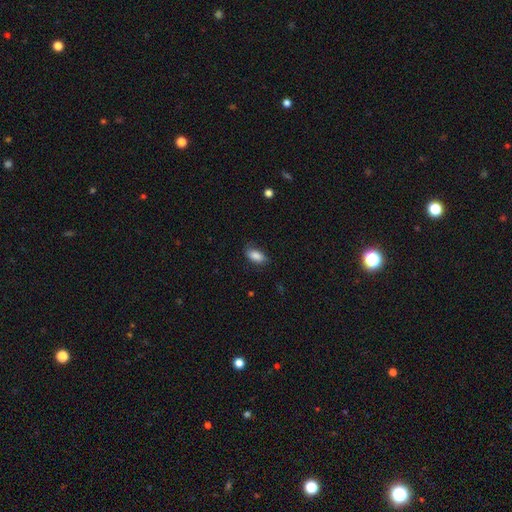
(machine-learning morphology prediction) Q: Smooth or featured?
A: smooth (85%); runner-up: featured or disk (8%)
Q: How rounded?
A: in between (91%); runner-up: cigar-shaped (6%)
Q: Merging?
A: none (74%); runner-up: minor disturbance (20%)